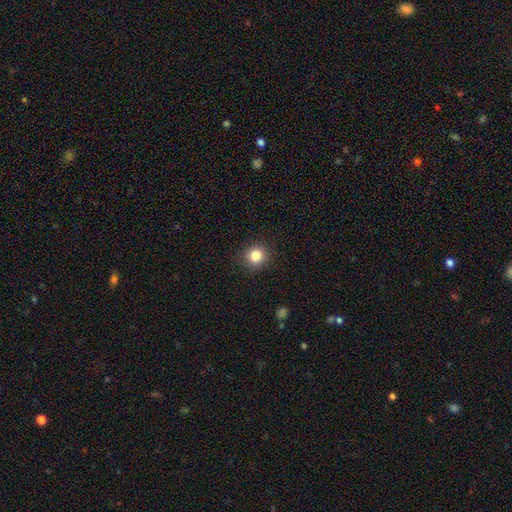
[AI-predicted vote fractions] smooth_or_featured: smooth (p=0.83) [alt: star or artifact p=0.11]
how_rounded: round (p=0.90) [alt: in between p=0.09]
merging: none (p=0.91) [alt: minor disturbance p=0.06]